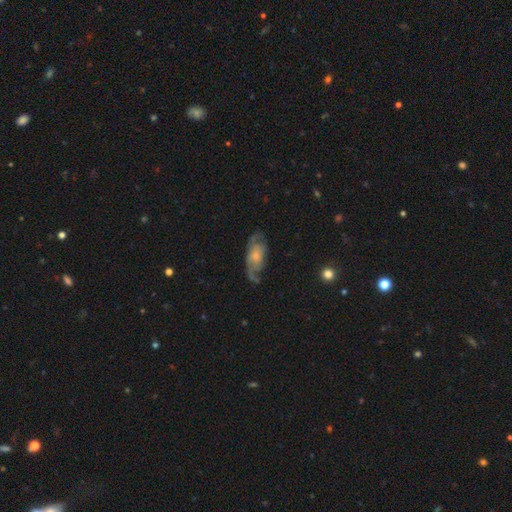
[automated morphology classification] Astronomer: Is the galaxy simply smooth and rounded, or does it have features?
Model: featured or disk — 63%.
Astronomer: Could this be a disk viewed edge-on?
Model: no — 90%.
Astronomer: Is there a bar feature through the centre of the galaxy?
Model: no — 74%.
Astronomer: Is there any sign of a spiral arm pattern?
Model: yes — 80%.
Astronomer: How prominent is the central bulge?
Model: small — 51% (runner-up: moderate, 33%).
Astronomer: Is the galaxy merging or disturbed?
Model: none — 54%.